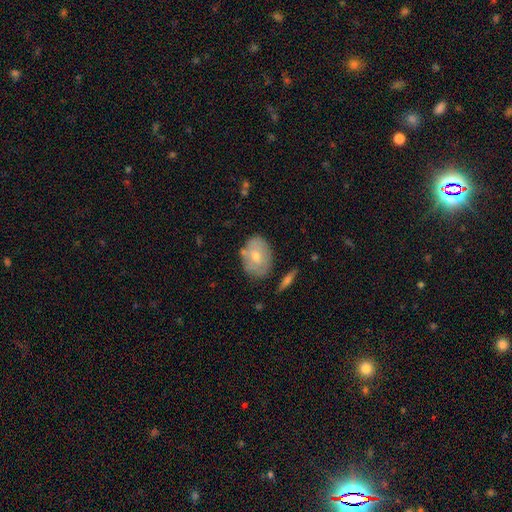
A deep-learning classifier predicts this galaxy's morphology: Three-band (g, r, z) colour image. It shows a smooth galaxy with no disk features (63%) that is in between round and cigar-shaped (78%). Merging: none (70%).